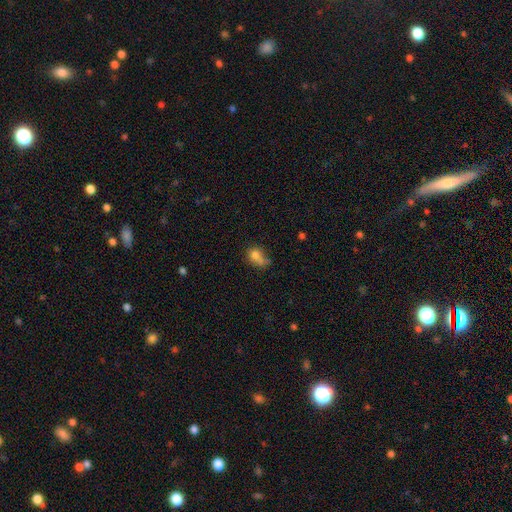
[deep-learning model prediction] This is likely a smooth galaxy (73%). How rounded: possibly in between (49%). Merging: marginally merger (36%).